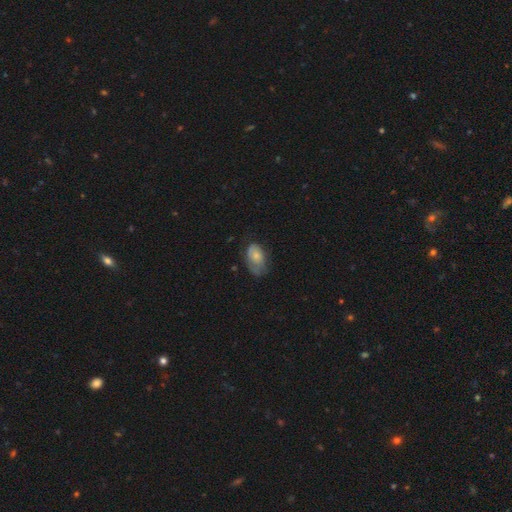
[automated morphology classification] Smooth or featured? smooth (65%)
How rounded? in between (90%)
Merging? none (44%)